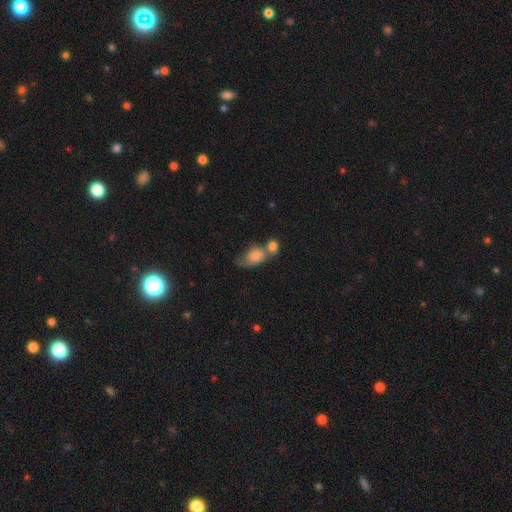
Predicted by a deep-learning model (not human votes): The model was most divided on "merging": merger: 50%, none: 24%, minor disturbance: 15%, major disturbance: 10%. More confident: how rounded — in between (74%); smooth or featured — smooth (69%).